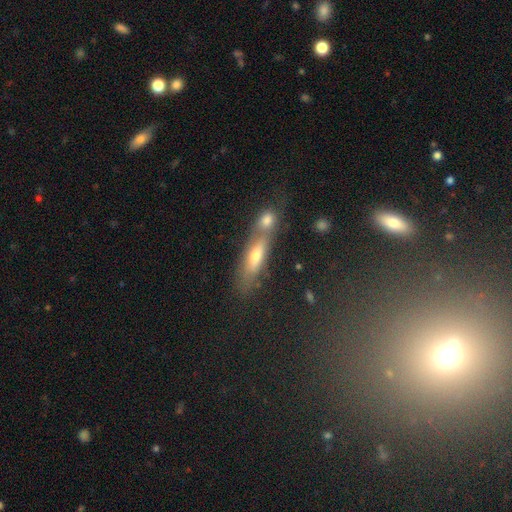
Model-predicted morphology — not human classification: Overall: smooth (50%; featured or disk 37%). Merging: none (43%; merger 39%).